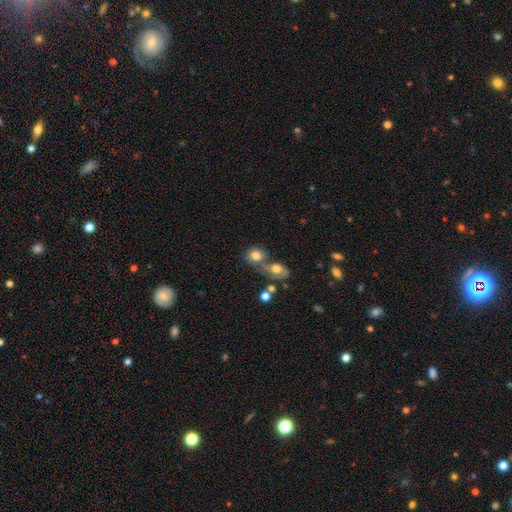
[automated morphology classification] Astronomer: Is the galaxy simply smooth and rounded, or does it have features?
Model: smooth — 72%.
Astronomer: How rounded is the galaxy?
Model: round — 54% (runner-up: in between, 44%).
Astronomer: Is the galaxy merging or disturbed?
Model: merger — 59%.